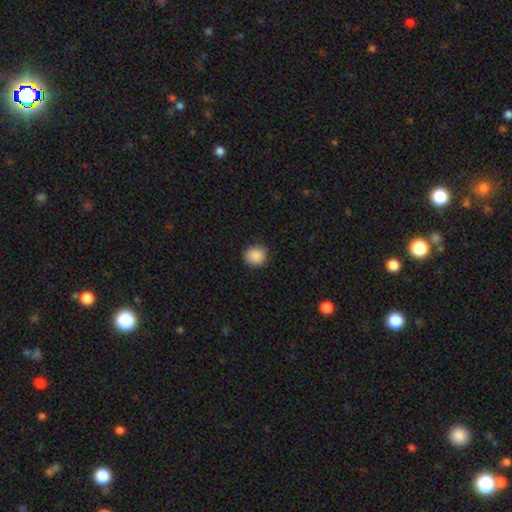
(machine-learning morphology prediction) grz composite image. It shows a smooth galaxy with no disk features (89%) that is round (92%). Merging: none (90%).